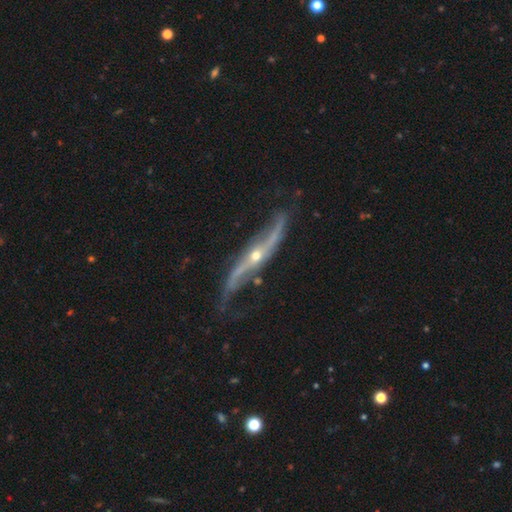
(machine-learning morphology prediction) Q: Smooth or featured?
A: featured or disk (89%); runner-up: star or artifact (6%)
Q: Edge-on disk?
A: no (61%); runner-up: yes (39%)
Q: Bar?
A: no (53%); runner-up: strong (27%)
Q: Spiral arms?
A: yes (94%); runner-up: no (6%)
Q: Spiral winding?
A: loose (84%); runner-up: medium (10%)
Q: Spiral arm count?
A: 2 (92%); runner-up: can't tell (3%)
Q: Bulge size?
A: small (65%); runner-up: moderate (31%)
Q: Merging?
A: none (67%); runner-up: minor disturbance (20%)